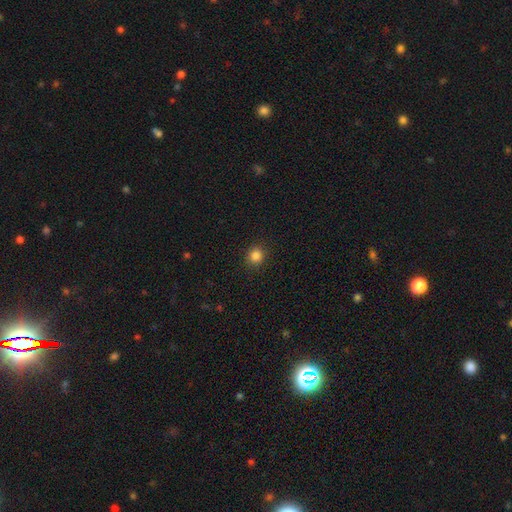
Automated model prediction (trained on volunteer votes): The model was most divided on "smooth or featured": smooth: 85%, star or artifact: 12%, featured or disk: 4%. More confident: merging — none (90%); how rounded — round (88%).